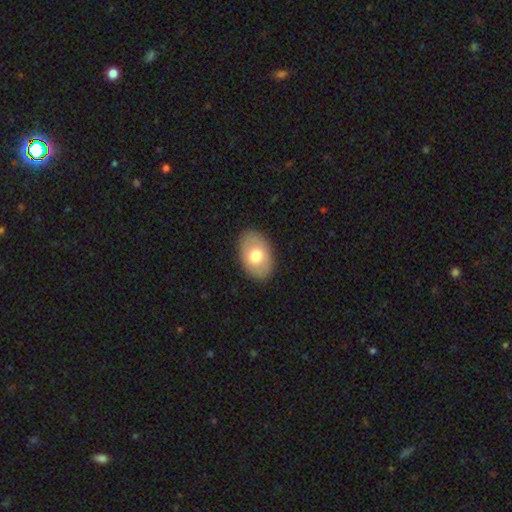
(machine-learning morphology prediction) type=smooth (69%); roundness=in between (87%); merging=none (86%).